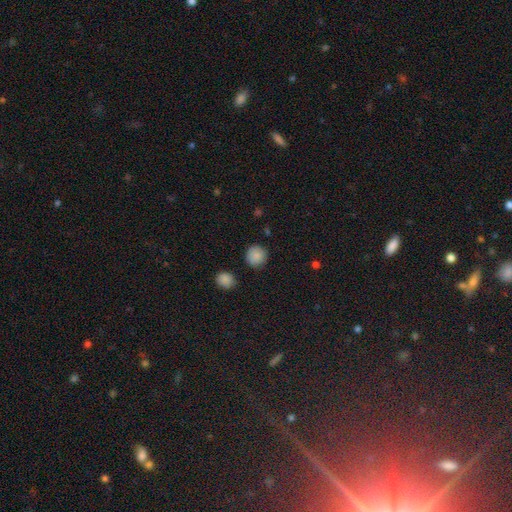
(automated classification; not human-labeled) smooth-or-featured: smooth: 87% | star or artifact: 9% | featured or disk: 4%
  how-rounded: round: 92% | in between: 7% | cigar-shaped: 1%
  merging: none: 86% | minor disturbance: 10% | major disturbance: 3% | merger: 2%